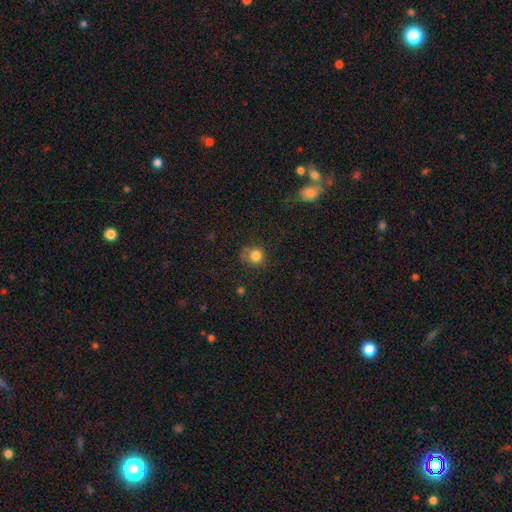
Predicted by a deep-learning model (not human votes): Smooth or featured?
  - smooth: 81% *
  - star or artifact: 12%
  - featured or disk: 6%
How rounded?
  - round: 85% *
  - in between: 14%
  - cigar-shaped: 1%
Merging?
  - none: 66% *
  - minor disturbance: 21%
  - major disturbance: 8%
  - merger: 5%